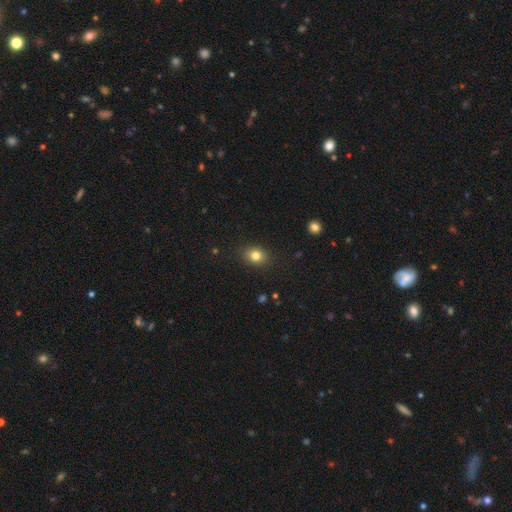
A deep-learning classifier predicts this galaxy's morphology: smooth_or_featured: smooth (p=0.81) [alt: star or artifact p=0.11]
how_rounded: in between (p=0.52) [alt: round p=0.47]
merging: none (p=0.87) [alt: minor disturbance p=0.10]